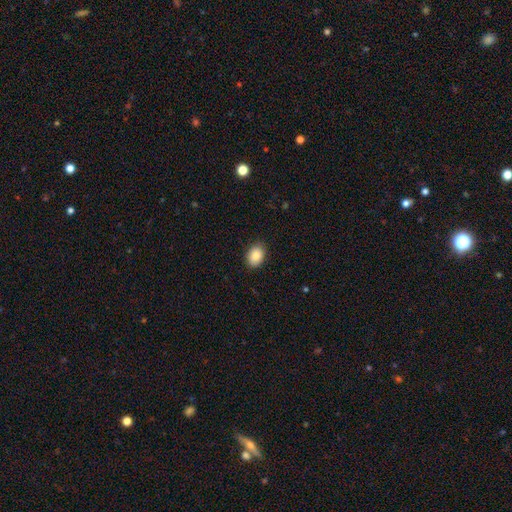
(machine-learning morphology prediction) smooth 87%, star or artifact 7%, featured or disk 6%. Down the decision tree: how rounded — in between (76%); merging — none (88%).